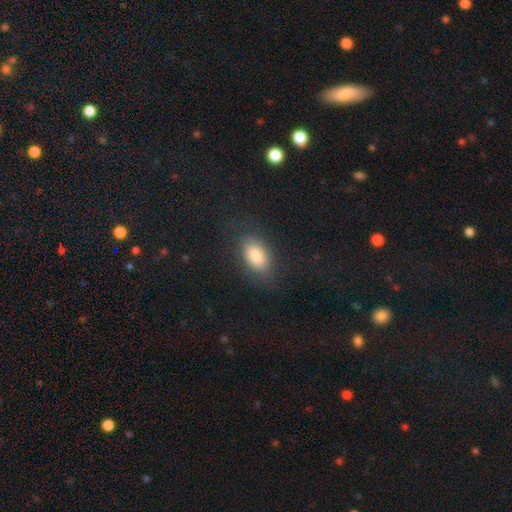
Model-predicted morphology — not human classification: Smooth or featured?
  - smooth: 80% *
  - featured or disk: 12%
  - star or artifact: 9%
How rounded?
  - in between: 91% *
  - round: 6%
  - cigar-shaped: 3%
Merging?
  - none: 79% *
  - minor disturbance: 14%
  - major disturbance: 7%
  - merger: 1%